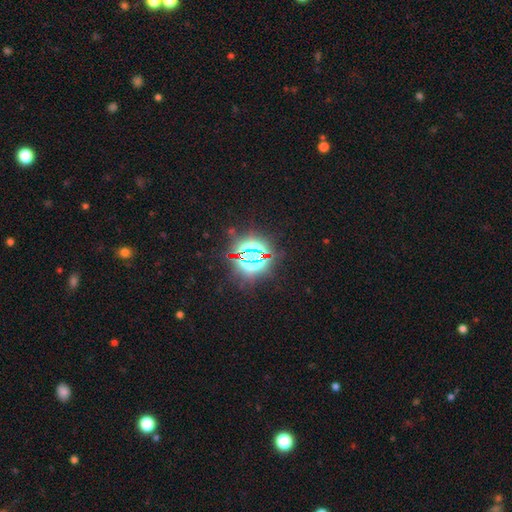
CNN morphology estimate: smooth_or_featured: star or artifact (p=0.79) [alt: smooth p=0.12]